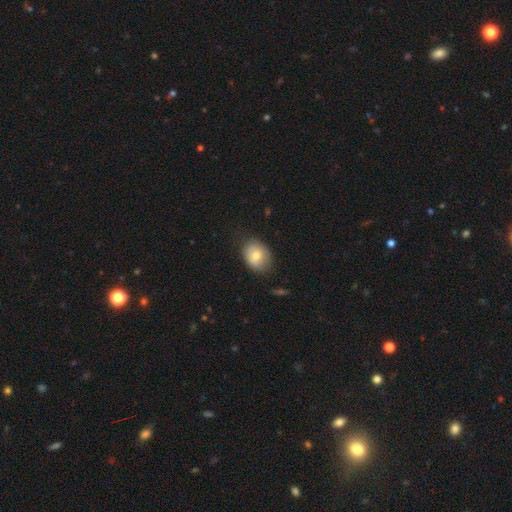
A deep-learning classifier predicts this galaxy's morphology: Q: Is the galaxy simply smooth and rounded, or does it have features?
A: smooth — 75%.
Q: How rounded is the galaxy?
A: in between — 62%.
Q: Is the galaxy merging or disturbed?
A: none — 77%.